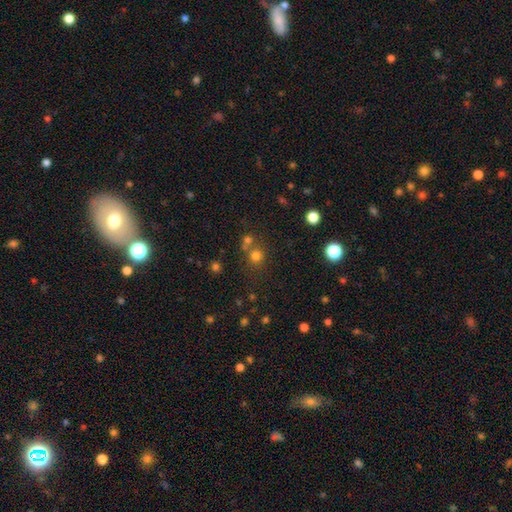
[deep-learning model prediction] The model was most divided on "merging": none: 62%, merger: 26%, minor disturbance: 8%, major disturbance: 4%. More confident: how rounded — round (89%); smooth or featured — smooth (72%).